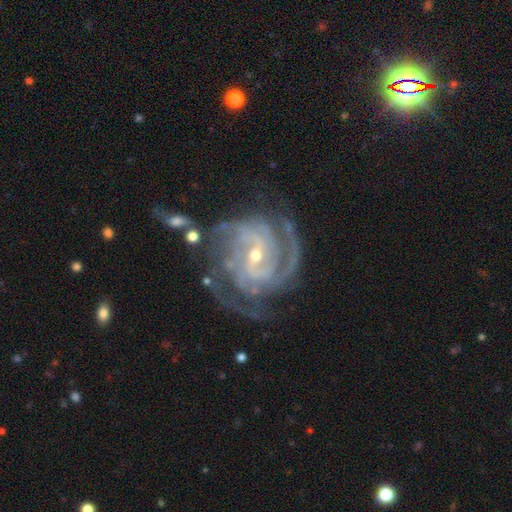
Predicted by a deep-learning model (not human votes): smooth-or-featured: featured or disk: 91% | star or artifact: 5% | smooth: 4%
  disk-edge-on: no: 97% | yes: 3%
    bar: weak: 48% | no: 27% | strong: 26%
    has-spiral-arms: yes: 98% | no: 2%
      spiral-winding: tight: 58% | medium: 36% | loose: 6%
      spiral-arm-count: 2: 37% | 3: 27% | can't tell: 16% | 4: 10% | more than 4: 5% | 1: 5%
    bulge-size: small: 63% | moderate: 34% | large: 1% | none: 1% | dominant: 1%
  merging: none: 64% | minor disturbance: 20% | major disturbance: 13% | merger: 3%